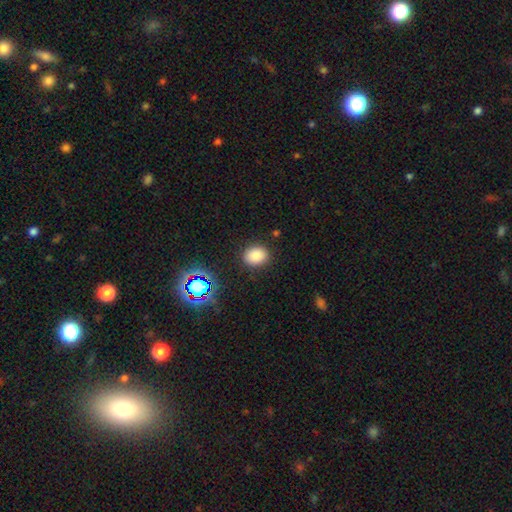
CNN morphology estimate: Overall: smooth (82%). How rounded: in between (52%; round 47%). Merging: none (87%).